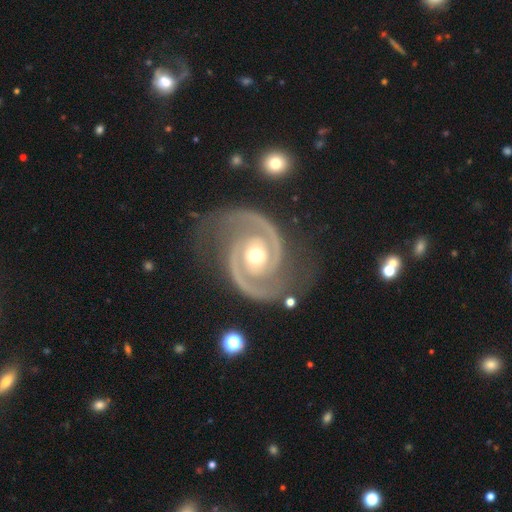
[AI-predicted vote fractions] featured or disk 94%, star or artifact 3%, smooth 2%. Down the decision tree: edge-on disk — no (98%); bar — no (63%); spiral arms — yes (99%); spiral arm count — 2 (94%); spiral winding — medium (47%); bulge size — moderate (71%); merging — none (76%).